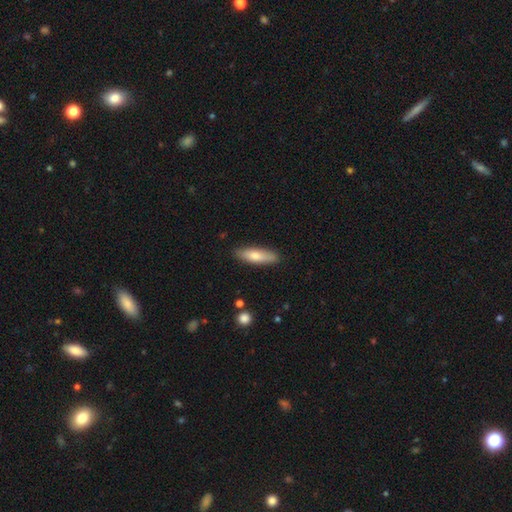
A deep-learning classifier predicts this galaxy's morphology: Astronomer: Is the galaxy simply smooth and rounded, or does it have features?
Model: smooth — 75%.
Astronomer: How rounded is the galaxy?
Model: cigar-shaped — 59% (runner-up: in between, 39%).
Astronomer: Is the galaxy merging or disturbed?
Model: none — 86%.